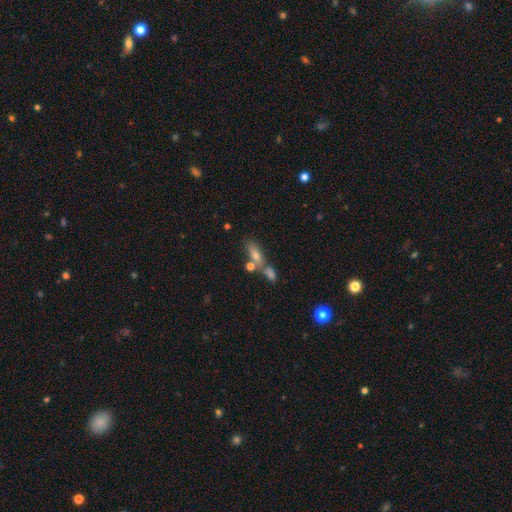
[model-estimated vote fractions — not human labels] Overall: smooth (61%; featured or disk 25%). How rounded: in between (61%; cigar-shaped 33%). Merging: none (43%; merger 39%).